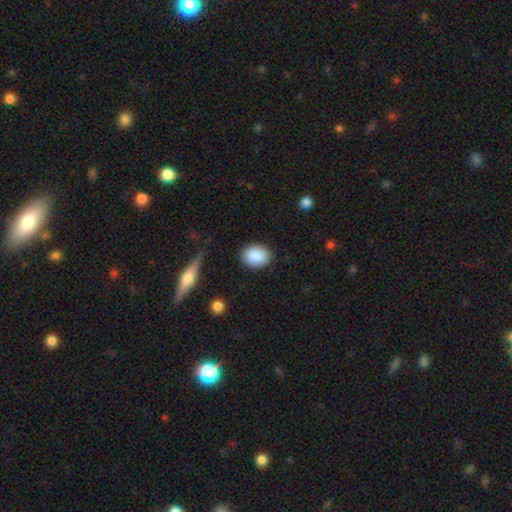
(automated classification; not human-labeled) Smooth or featured? Predicted: smooth (p=0.89). How rounded? Predicted: in between (p=0.65). Merging? Predicted: none (p=0.85).